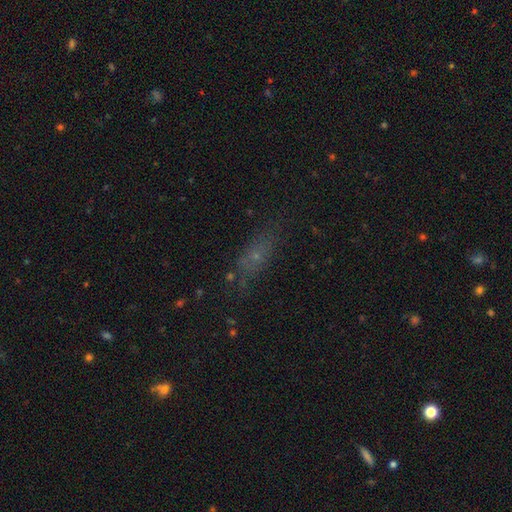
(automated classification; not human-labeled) This is possibly a smooth galaxy (54%). How rounded: possibly in between (53%). Merging: likely none (67%).